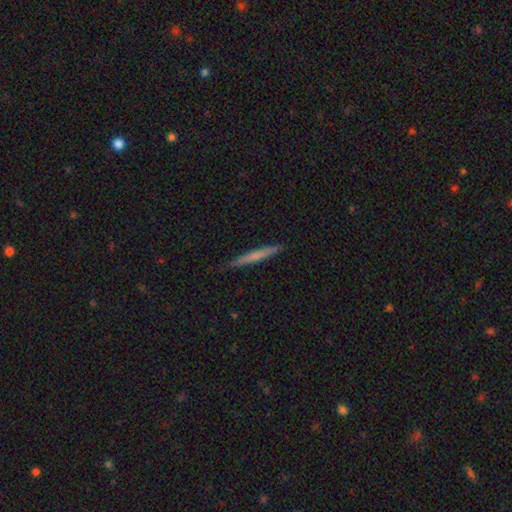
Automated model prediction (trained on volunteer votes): Q: Smooth or featured?
A: smooth (60%); runner-up: featured or disk (34%)
Q: How rounded?
A: cigar-shaped (96%); runner-up: in between (2%)
Q: Merging?
A: none (89%); runner-up: minor disturbance (9%)